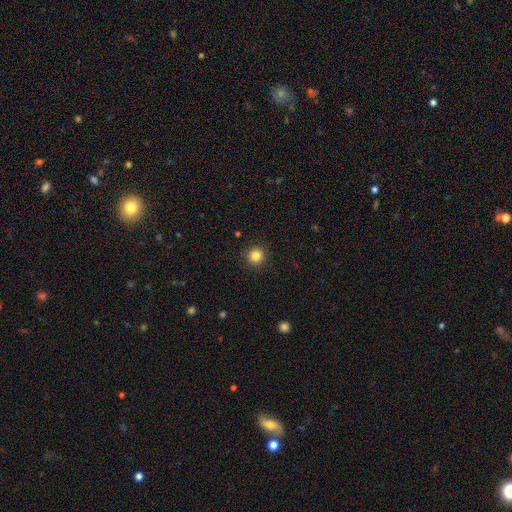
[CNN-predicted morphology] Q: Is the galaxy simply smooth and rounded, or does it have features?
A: smooth — 84%.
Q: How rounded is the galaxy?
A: round — 95%.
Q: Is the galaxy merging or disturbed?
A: none — 92%.